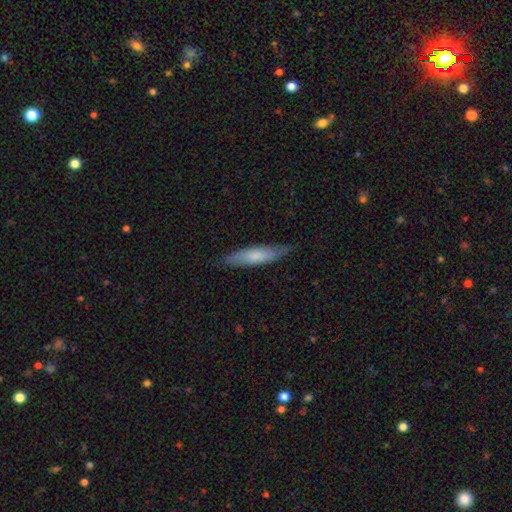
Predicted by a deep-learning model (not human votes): A smooth galaxy with no disk features (66%) that is cigar-shaped (79%).

Vote fractions:
- Smooth or featured? smooth: 66% / featured or disk: 29% / star or artifact: 5%
- How rounded? cigar-shaped: 79% / in between: 20% / round: 1%
- Merging? none: 82% / minor disturbance: 15% / major disturbance: 3% / merger: 1%